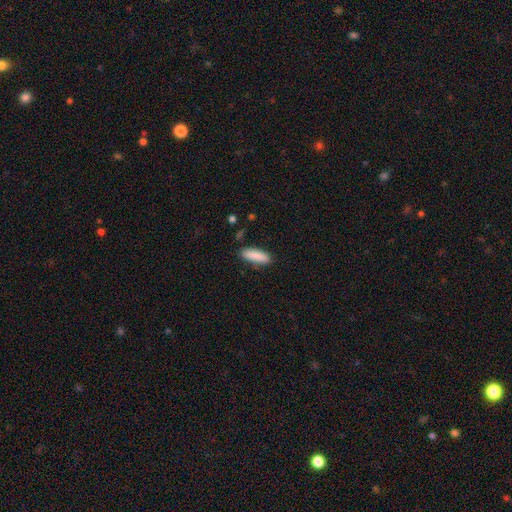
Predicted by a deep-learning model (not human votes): Overall: smooth (89%). How rounded: cigar-shaped (53%; in between 46%). Merging: none (86%).